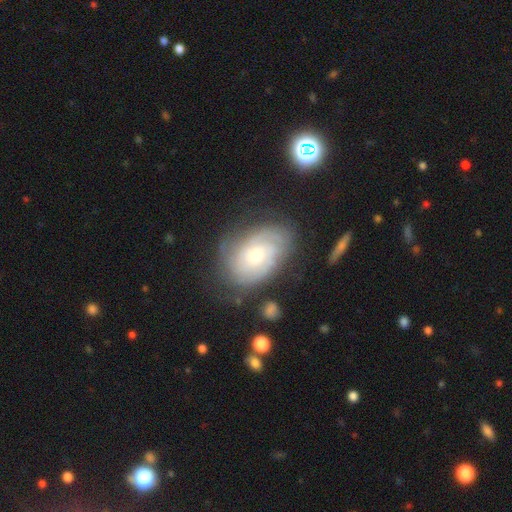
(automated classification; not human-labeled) smooth_or_featured: featured or disk (p=0.74) [alt: smooth p=0.19]
disk_edge_on: no (p=0.96) [alt: yes p=0.04]
bar: no (p=0.75) [alt: weak p=0.22]
has_spiral_arms: yes (p=0.91) [alt: no p=0.09]
spiral_winding: tight (p=0.68) [alt: medium p=0.24]
spiral_arm_count: can't tell (p=0.46) [alt: 2 p=0.18]
bulge_size: moderate (p=0.49) [alt: small p=0.44]
merging: none (p=0.69) [alt: minor disturbance p=0.20]